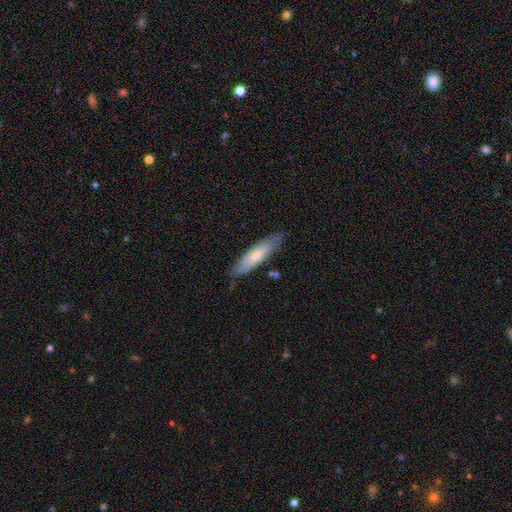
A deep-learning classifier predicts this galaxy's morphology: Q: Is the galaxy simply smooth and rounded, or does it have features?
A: smooth — 59%.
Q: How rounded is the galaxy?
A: cigar-shaped — 66%.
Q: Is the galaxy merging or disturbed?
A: none — 78%.